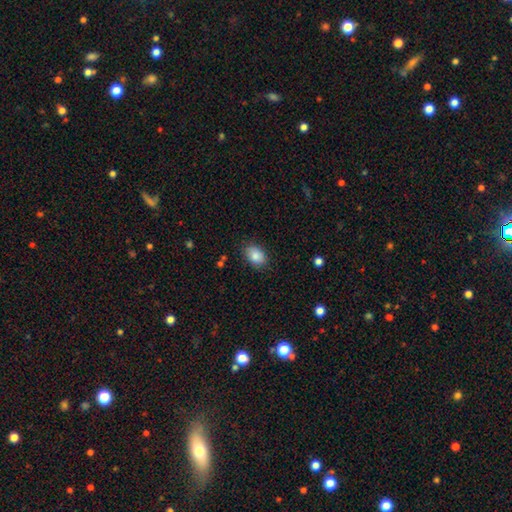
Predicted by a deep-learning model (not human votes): smooth-or-featured: smooth: 86% | star or artifact: 7% | featured or disk: 7%
  how-rounded: in between: 84% | round: 15% | cigar-shaped: 1%
  merging: none: 83% | minor disturbance: 13% | major disturbance: 3% | merger: 1%